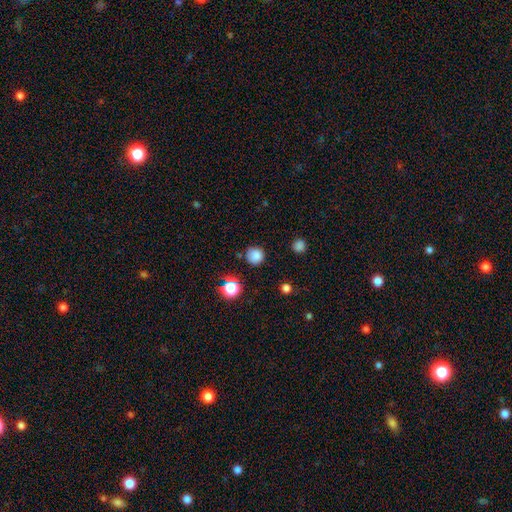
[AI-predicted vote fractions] Smooth or featured? Predicted: smooth (p=0.82). How rounded? Predicted: round (p=0.93). Merging? Predicted: none (p=0.82).